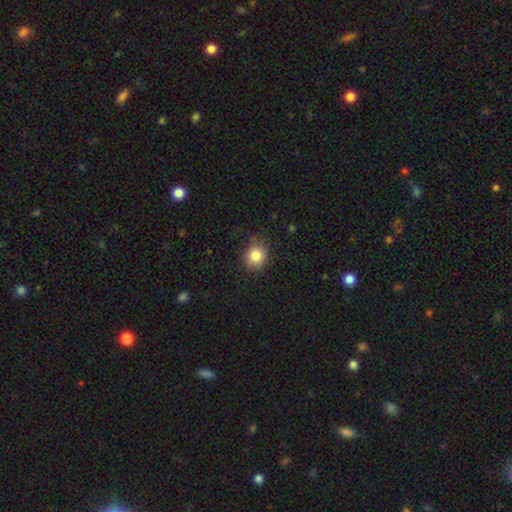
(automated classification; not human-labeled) Smooth or featured? Predicted: smooth (p=0.83). How rounded? Predicted: round (p=0.72). Merging? Predicted: none (p=0.83).